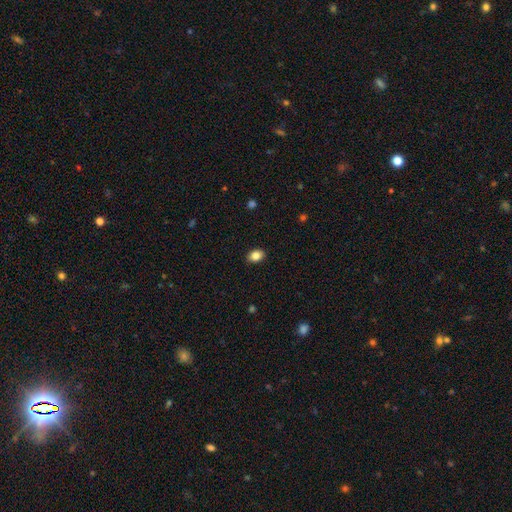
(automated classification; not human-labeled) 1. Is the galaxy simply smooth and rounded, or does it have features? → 86% smooth, 9% star or artifact, 5% featured or disk.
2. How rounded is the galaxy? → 71% in between, 28% round, 1% cigar-shaped.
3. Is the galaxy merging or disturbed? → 89% none, 8% minor disturbance, 2% major disturbance, 1% merger.